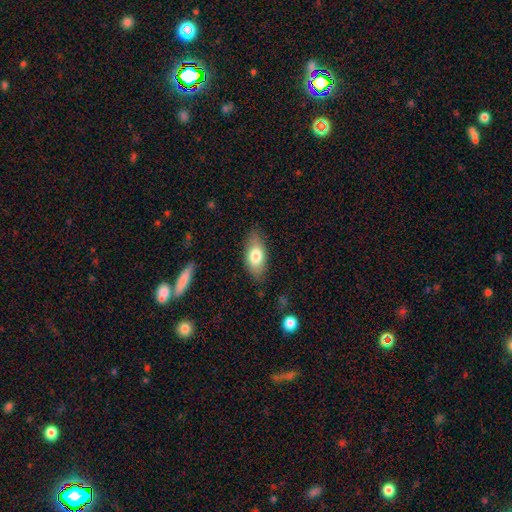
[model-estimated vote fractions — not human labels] Q: Smooth or featured?
A: smooth (75%); runner-up: featured or disk (18%)
Q: How rounded?
A: in between (87%); runner-up: cigar-shaped (9%)
Q: Merging?
A: none (80%); runner-up: minor disturbance (15%)